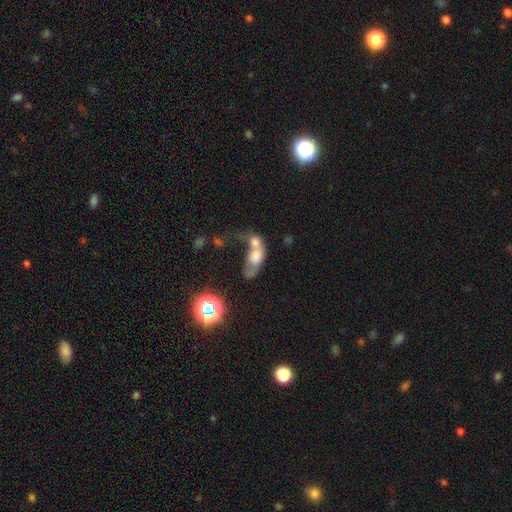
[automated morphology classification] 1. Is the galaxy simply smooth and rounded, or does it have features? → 57% smooth, 30% featured or disk, 13% star or artifact.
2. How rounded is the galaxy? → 71% in between, 23% round, 6% cigar-shaped.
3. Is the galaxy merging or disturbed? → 69% merger, 13% major disturbance, 11% none, 7% minor disturbance.